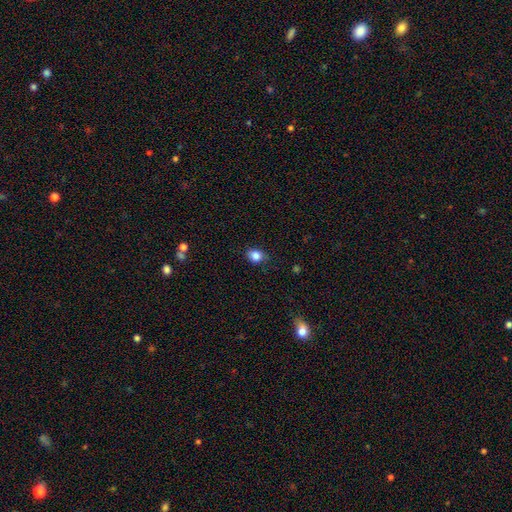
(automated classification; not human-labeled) This is clearly a smooth galaxy (85%). How rounded: possibly in between (51%). Merging: likely none (79%).